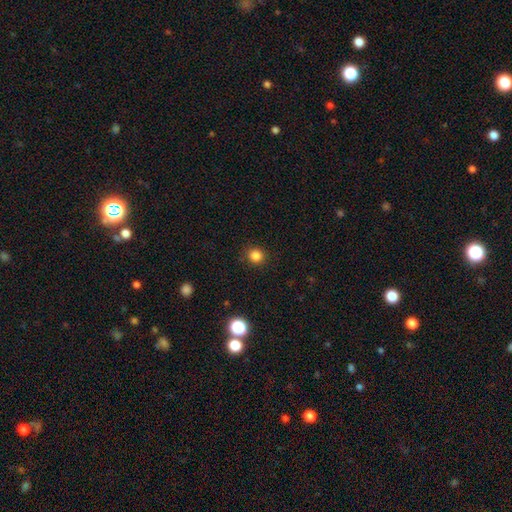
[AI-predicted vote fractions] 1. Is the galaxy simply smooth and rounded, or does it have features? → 83% smooth, 13% star or artifact, 4% featured or disk.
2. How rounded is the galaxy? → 89% round, 10% in between, 1% cigar-shaped.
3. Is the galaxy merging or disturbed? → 90% none, 7% minor disturbance, 2% major disturbance, 1% merger.